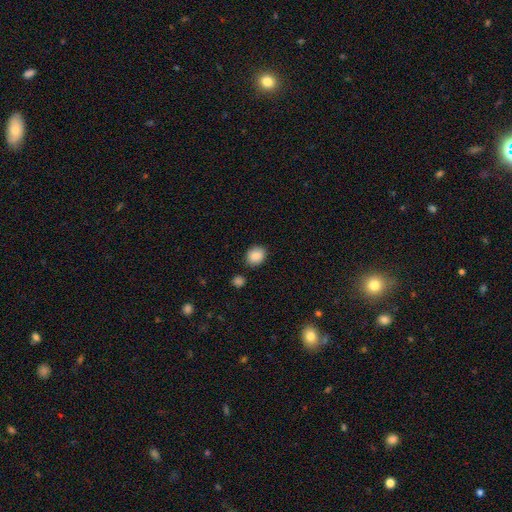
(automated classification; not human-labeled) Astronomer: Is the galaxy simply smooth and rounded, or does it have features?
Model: smooth — 88%.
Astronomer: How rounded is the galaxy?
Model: round — 64%.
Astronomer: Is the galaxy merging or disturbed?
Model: none — 82%.